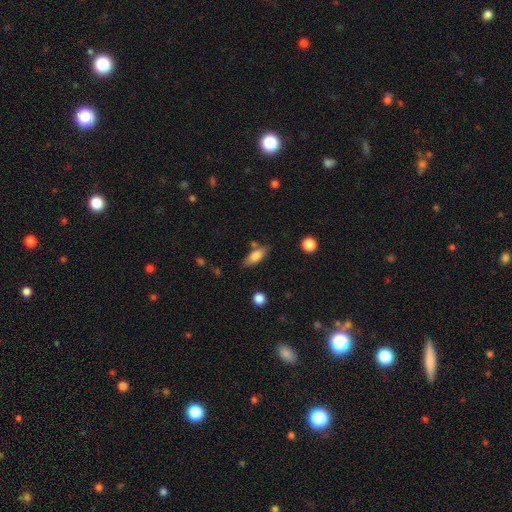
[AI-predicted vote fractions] A smooth galaxy with no disk features (77%) that is in between round and cigar-shaped (71%).

Vote fractions:
- Smooth or featured? smooth: 77% / featured or disk: 16% / star or artifact: 7%
- How rounded? in between: 71% / cigar-shaped: 27% / round: 3%
- Merging? none: 72% / minor disturbance: 16% / merger: 8% / major disturbance: 4%